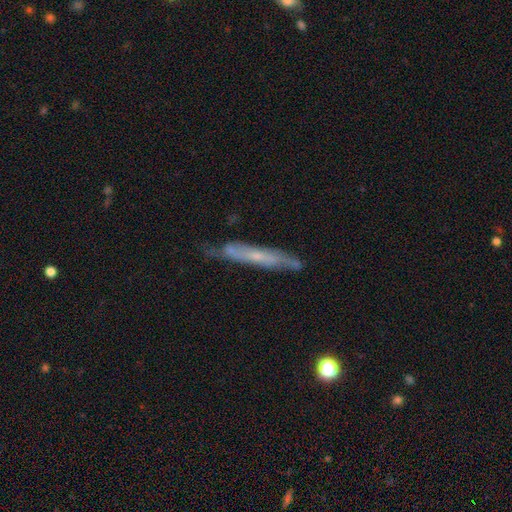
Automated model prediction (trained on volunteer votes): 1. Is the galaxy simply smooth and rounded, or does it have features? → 58% featured or disk, 33% smooth, 8% star or artifact.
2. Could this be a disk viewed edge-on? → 76% yes, 24% no.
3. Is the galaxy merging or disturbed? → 72% none, 21% minor disturbance, 4% major disturbance, 2% merger.